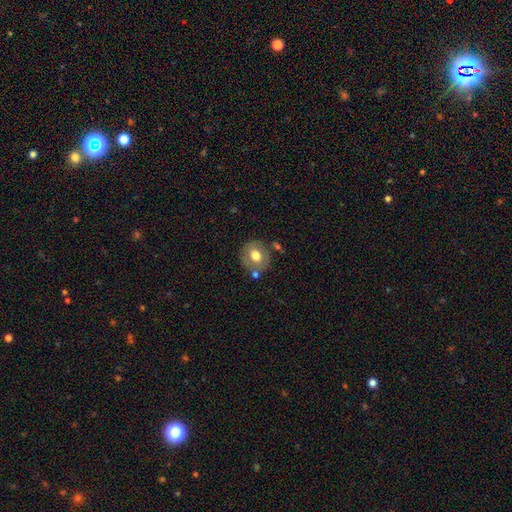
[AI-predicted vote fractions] Smooth or featured? Predicted: smooth (p=0.65). How rounded? Predicted: round (p=0.78). Merging? Predicted: none (p=0.72).